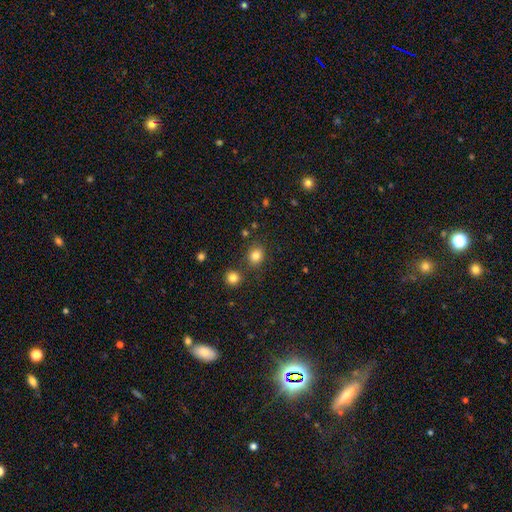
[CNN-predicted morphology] Smooth or featured? smooth (82%)
How rounded? round (69%)
Merging? none (79%)